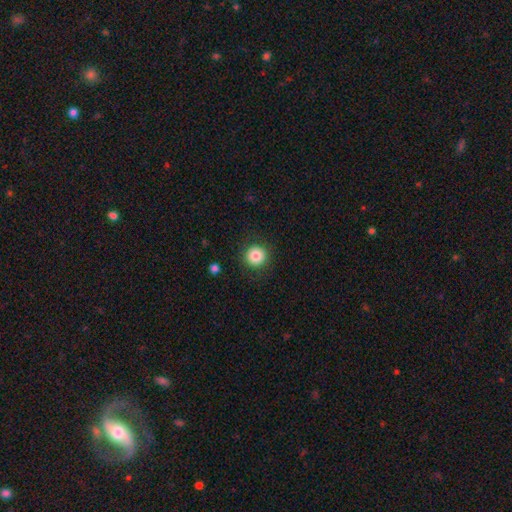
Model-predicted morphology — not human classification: Smooth or featured? smooth (83%)
How rounded? round (95%)
Merging? none (90%)